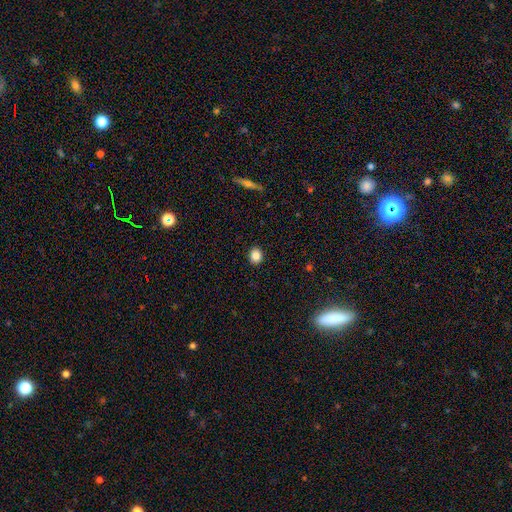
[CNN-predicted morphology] The model was most divided on "how rounded": round: 68%, in between: 31%, cigar-shaped: 1%. More confident: merging — none (91%); smooth or featured — smooth (85%).